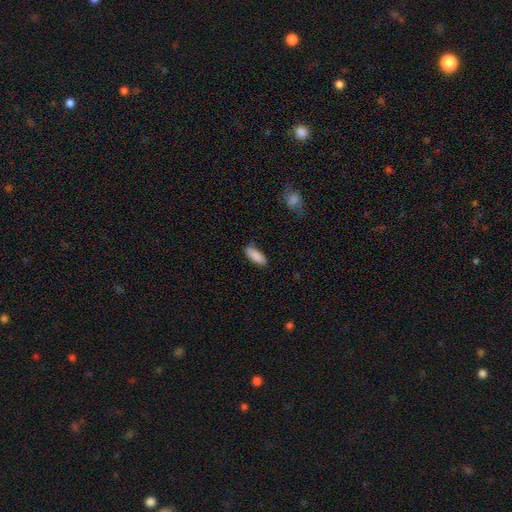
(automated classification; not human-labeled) A smooth galaxy with no disk features (87%) that is in between round and cigar-shaped (65%).

Vote fractions:
- Smooth or featured? smooth: 87% / featured or disk: 7% / star or artifact: 6%
- How rounded? in between: 65% / cigar-shaped: 33% / round: 2%
- Merging? none: 76% / minor disturbance: 18% / major disturbance: 3% / merger: 2%